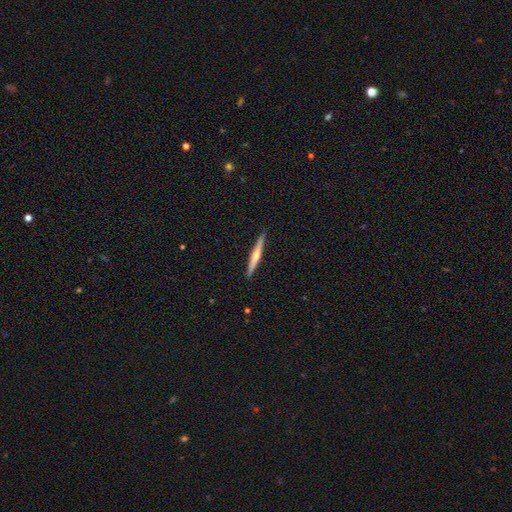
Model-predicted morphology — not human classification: A featured or disk galaxy (62%) viewed edge-on (98%) with a rounded central bulge (78%). Merging: none (91%).